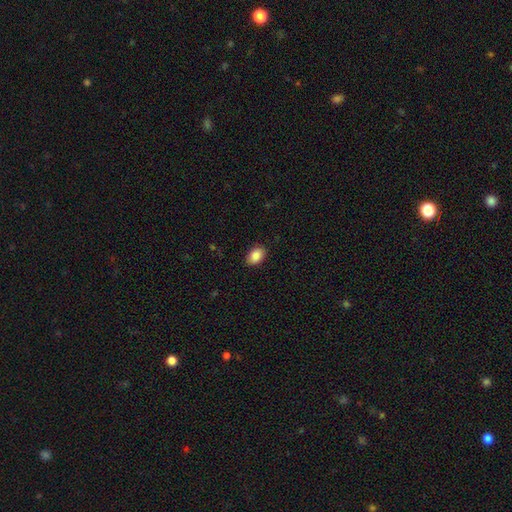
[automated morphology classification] This is clearly a smooth galaxy (88%). How rounded: clearly in between (87%). Merging: clearly none (89%).